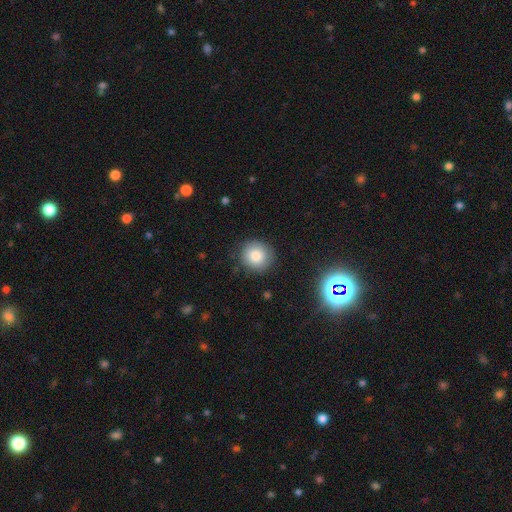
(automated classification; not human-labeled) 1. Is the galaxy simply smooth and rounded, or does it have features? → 84% smooth, 10% star or artifact, 7% featured or disk.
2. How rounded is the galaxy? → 91% round, 8% in between, 1% cigar-shaped.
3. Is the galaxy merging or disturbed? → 87% none, 9% minor disturbance, 3% major disturbance, 1% merger.